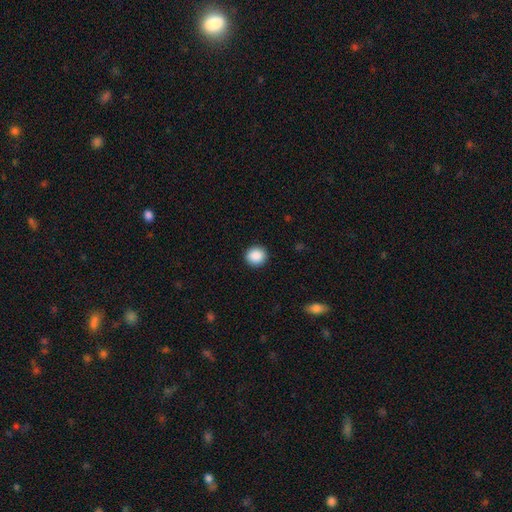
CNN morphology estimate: This is clearly a smooth galaxy (89%). How rounded: clearly round (89%). Merging: clearly none (92%).